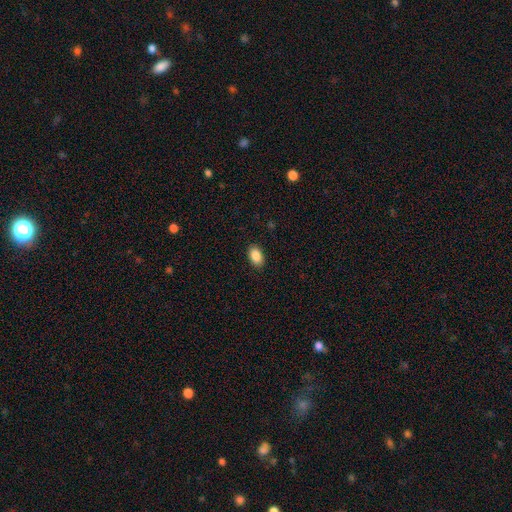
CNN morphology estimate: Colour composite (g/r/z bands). It shows a smooth galaxy with no disk features (89%) that is in between round and cigar-shaped (91%). Merging: none (89%).